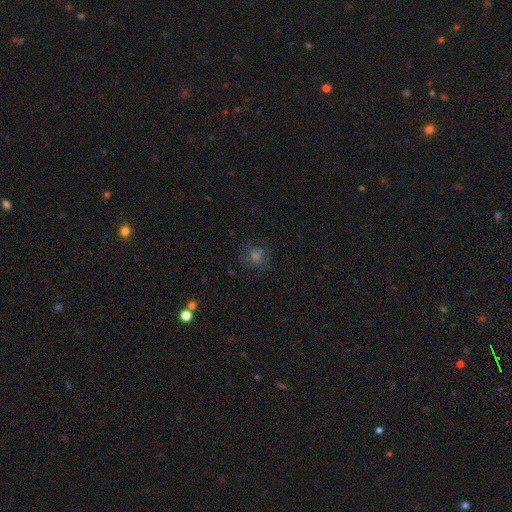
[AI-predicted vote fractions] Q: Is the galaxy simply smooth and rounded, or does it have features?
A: smooth — 40%.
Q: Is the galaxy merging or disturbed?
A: none — 77%.